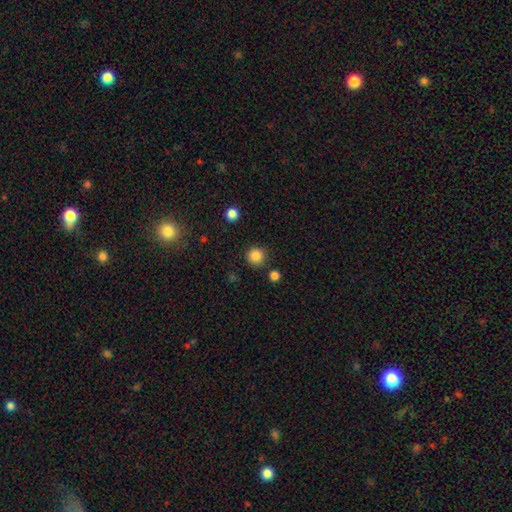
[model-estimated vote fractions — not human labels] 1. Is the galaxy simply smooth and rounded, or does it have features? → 85% smooth, 11% star or artifact, 4% featured or disk.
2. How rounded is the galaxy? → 94% round, 5% in between, 1% cigar-shaped.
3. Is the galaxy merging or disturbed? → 87% none, 7% minor disturbance, 3% merger, 3% major disturbance.